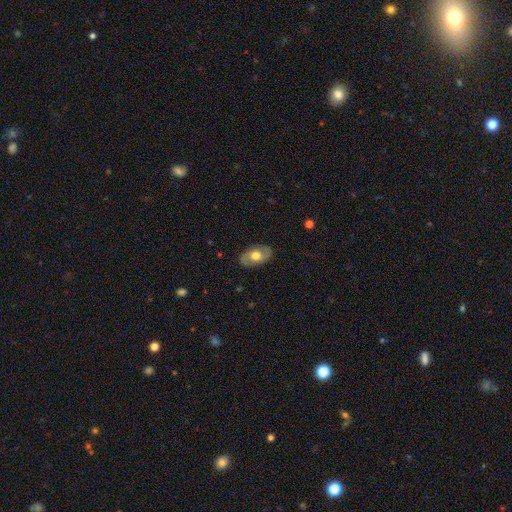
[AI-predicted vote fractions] Morphology: type=featured or disk (50%); merging=none (84%).